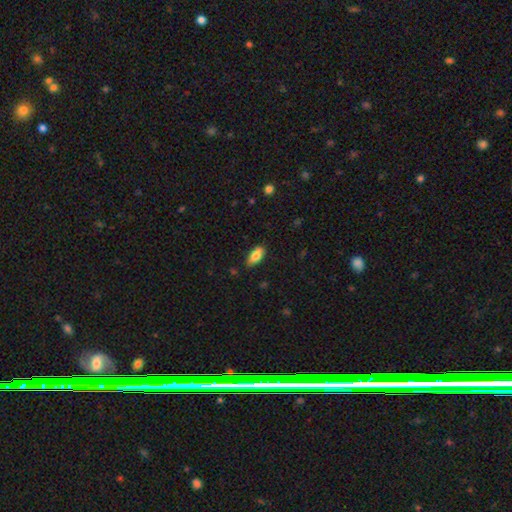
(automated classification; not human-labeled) A smooth galaxy with no disk features (79%) that is in between round and cigar-shaped (86%).

Vote fractions:
- Smooth or featured? smooth: 79% / featured or disk: 14% / star or artifact: 7%
- How rounded? in between: 86% / cigar-shaped: 11% / round: 2%
- Merging? none: 82% / minor disturbance: 14% / major disturbance: 2% / merger: 1%